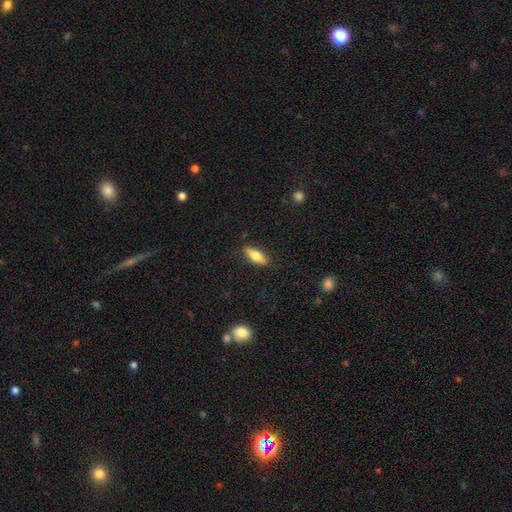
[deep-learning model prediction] smooth-or-featured: smooth: 65% | featured or disk: 28% | star or artifact: 6%
  how-rounded: in between: 58% | cigar-shaped: 40% | round: 3%
  merging: none: 87% | minor disturbance: 9% | major disturbance: 2% | merger: 1%